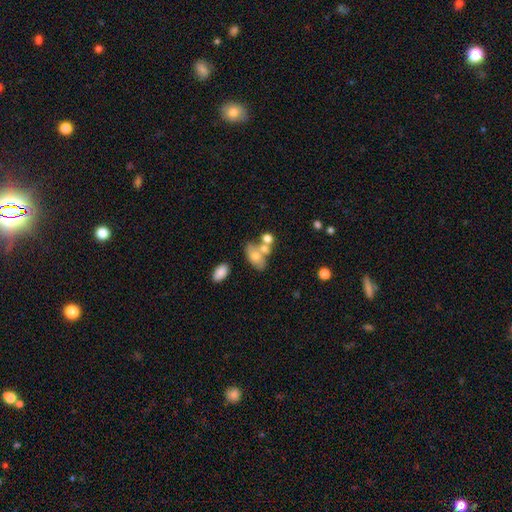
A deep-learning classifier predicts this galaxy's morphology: This is likely a smooth galaxy (65%). How rounded: clearly in between (83%). Merging: marginally merger (43%).